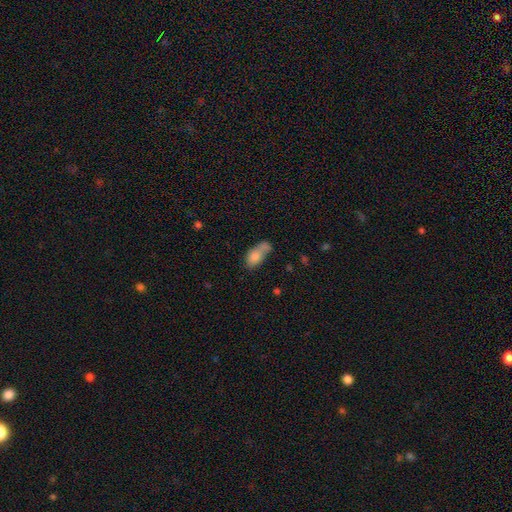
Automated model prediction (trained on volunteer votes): Q: Smooth or featured?
A: smooth (78%); runner-up: featured or disk (13%)
Q: How rounded?
A: in between (84%); runner-up: round (10%)
Q: Merging?
A: merger (44%); runner-up: none (25%)